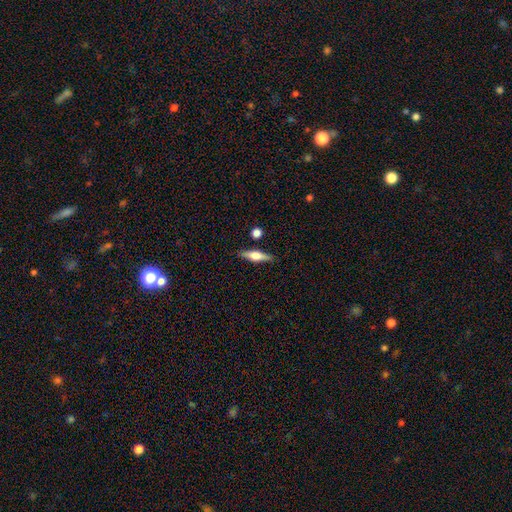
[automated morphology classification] Overall: featured or disk (49%; smooth 44%). Merging: none (84%).